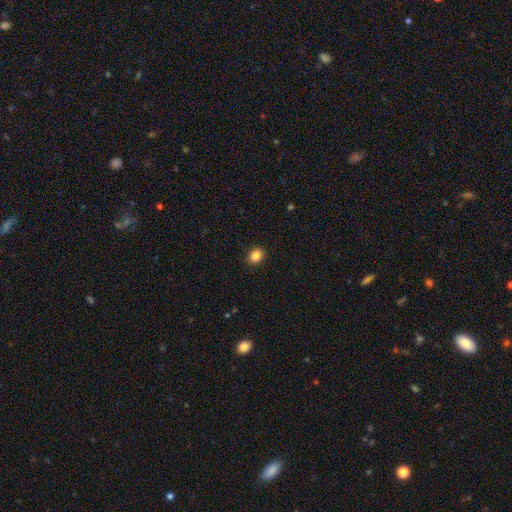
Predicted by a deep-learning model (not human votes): Smooth or featured? Predicted: smooth (p=0.86). How rounded? Predicted: round (p=0.57). Merging? Predicted: none (p=0.90).